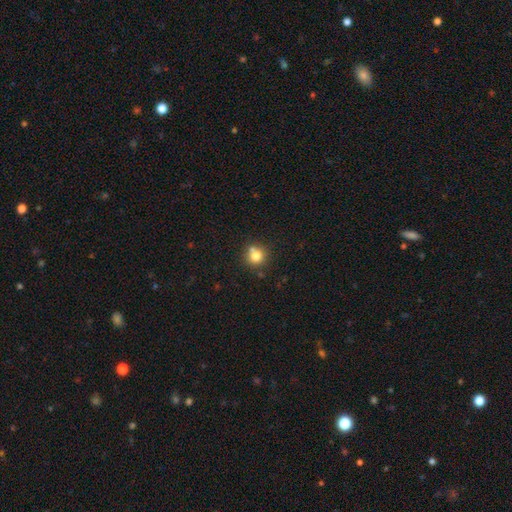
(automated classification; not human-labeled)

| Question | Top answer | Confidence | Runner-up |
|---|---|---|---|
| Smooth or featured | smooth | 77% | star or artifact (12%) |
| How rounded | round | 91% | in between (8%) |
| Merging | none | 66% | merger (21%) |